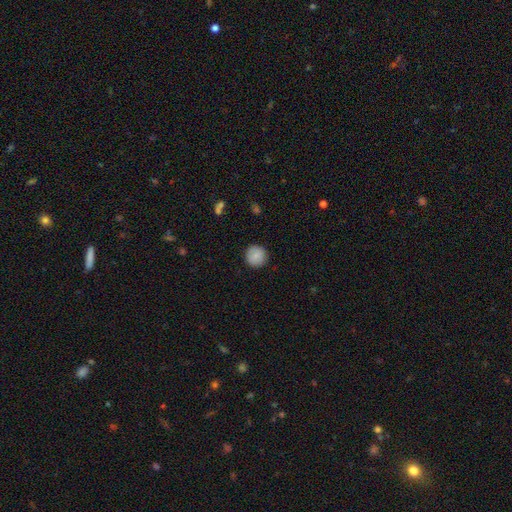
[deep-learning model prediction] A smooth galaxy with no disk features (86%) that is round (95%).

Vote fractions:
- Smooth or featured? smooth: 86% / star or artifact: 7% / featured or disk: 7%
- How rounded? round: 95% / in between: 5% / cigar-shaped: 1%
- Merging? none: 90% / minor disturbance: 7% / major disturbance: 2% / merger: 1%